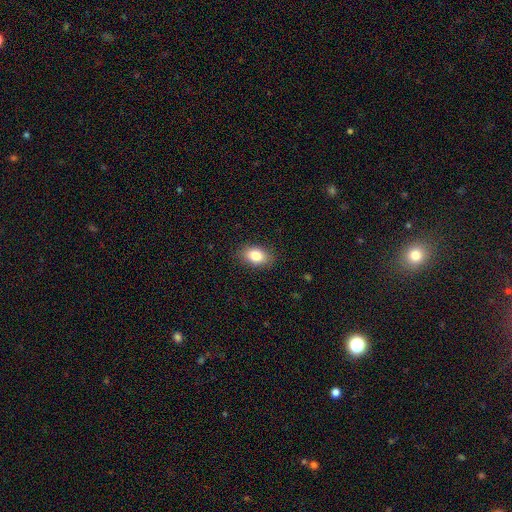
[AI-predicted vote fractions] Overall: smooth (83%). How rounded: in between (84%). Merging: none (87%).